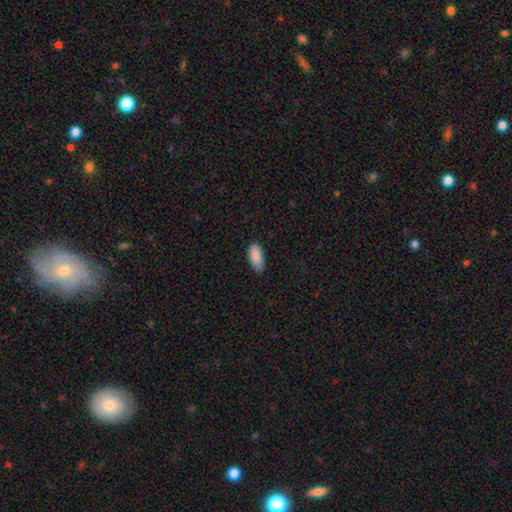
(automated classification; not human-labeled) Smooth or featured? smooth (89%)
How rounded? in between (88%)
Merging? none (76%)